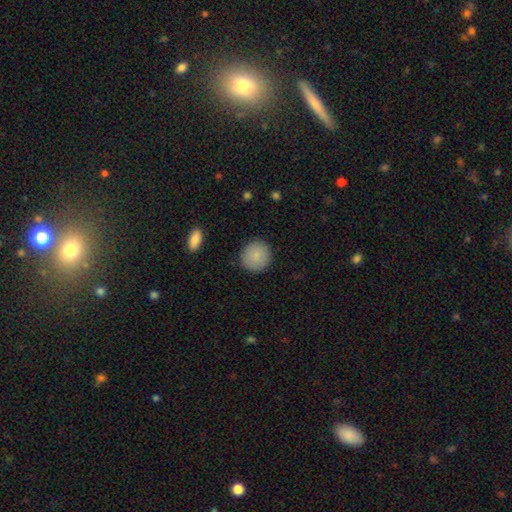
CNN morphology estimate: Q: Smooth or featured?
A: smooth (87%); runner-up: star or artifact (7%)
Q: How rounded?
A: round (92%); runner-up: in between (7%)
Q: Merging?
A: none (89%); runner-up: minor disturbance (7%)